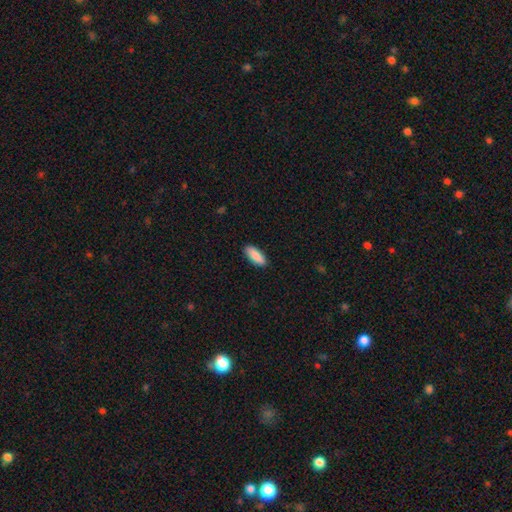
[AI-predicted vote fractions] smooth-or-featured: smooth: 89% | featured or disk: 6% | star or artifact: 6%
  how-rounded: in between: 71% | cigar-shaped: 27% | round: 2%
  merging: none: 89% | minor disturbance: 8% | major disturbance: 2% | merger: 1%